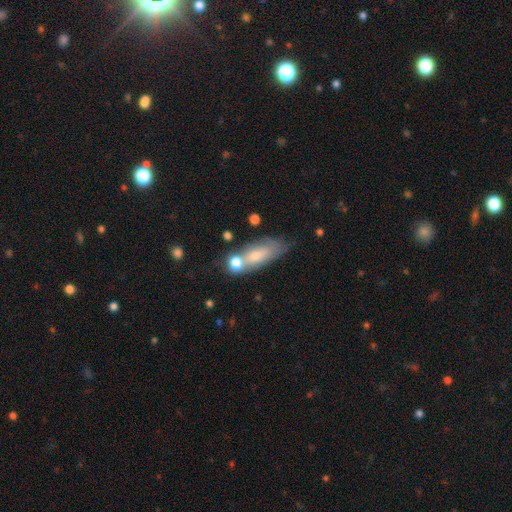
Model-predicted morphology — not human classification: Q: Smooth or featured?
A: smooth (67%); runner-up: featured or disk (25%)
Q: How rounded?
A: in between (66%); runner-up: cigar-shaped (29%)
Q: Merging?
A: none (46%); runner-up: merger (24%)